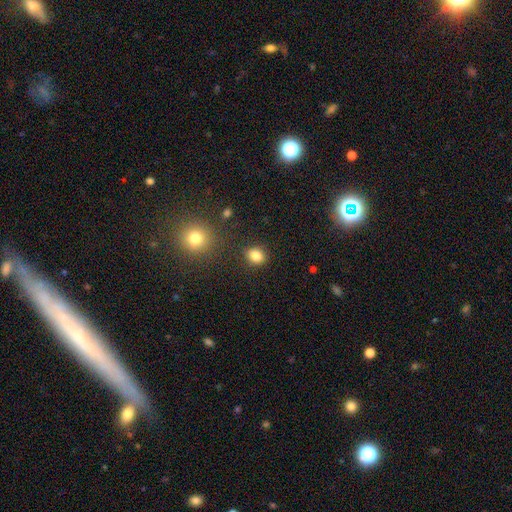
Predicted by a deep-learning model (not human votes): A smooth galaxy with no disk features (84%) that is round (57%). Merging: none (86%).